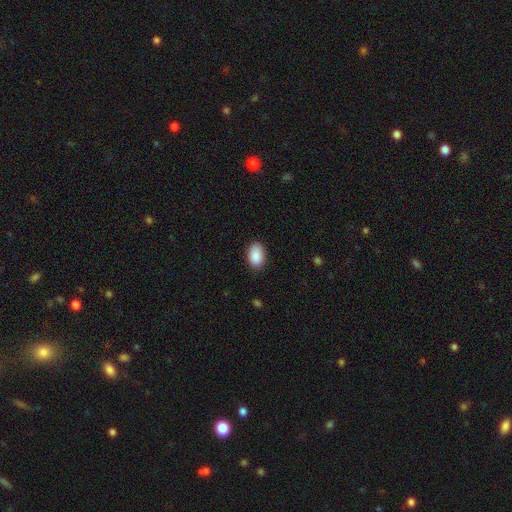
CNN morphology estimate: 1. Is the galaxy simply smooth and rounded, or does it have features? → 90% smooth, 7% star or artifact, 3% featured or disk.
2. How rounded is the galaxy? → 91% in between, 8% round, 1% cigar-shaped.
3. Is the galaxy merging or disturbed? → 86% none, 11% minor disturbance, 2% major disturbance, 1% merger.